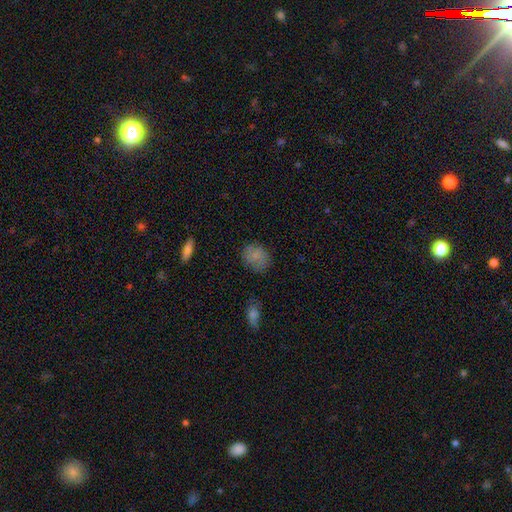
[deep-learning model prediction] A smooth galaxy with no disk features (80%) that is round (59%). Merging: none (78%).